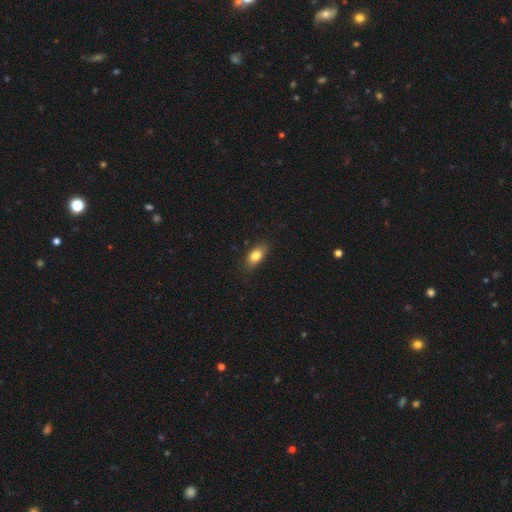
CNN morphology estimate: This appears to be a smooth galaxy with no disk features (80%) that is in between round and cigar-shaped (85%). Merging: none (82%).